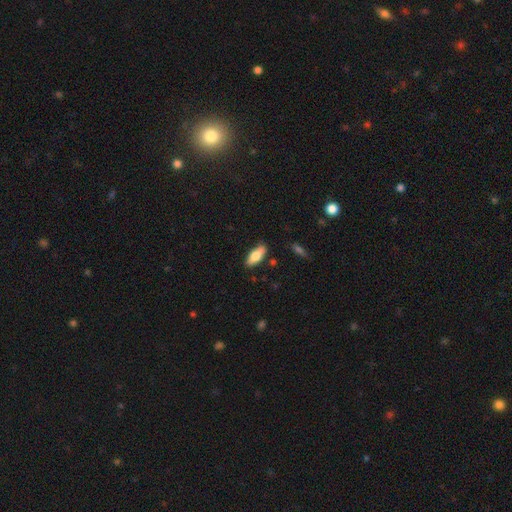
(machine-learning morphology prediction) smooth-or-featured: smooth: 73% | featured or disk: 21% | star or artifact: 6%
  how-rounded: in between: 76% | cigar-shaped: 22% | round: 2%
  merging: none: 83% | minor disturbance: 13% | major disturbance: 2% | merger: 2%